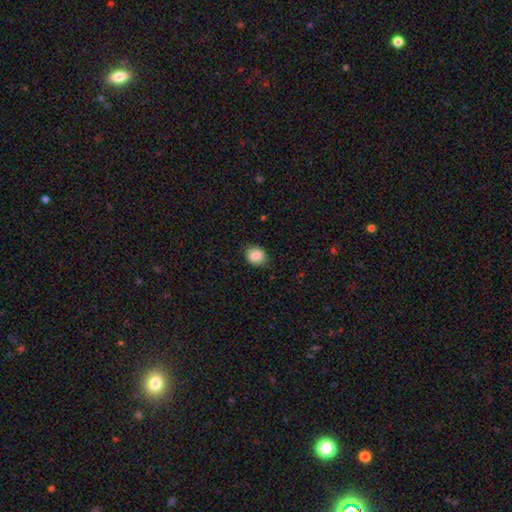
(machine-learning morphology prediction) type=smooth (86%); roundness=round (65%); merging=none (81%).